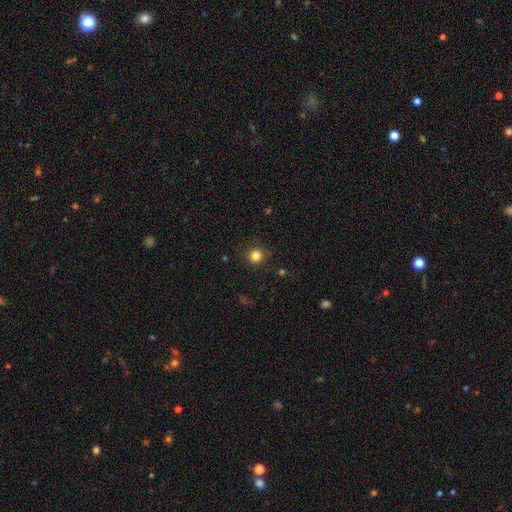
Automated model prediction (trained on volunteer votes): Morphology: type=smooth (82%); roundness=round (93%); merging=none (86%).